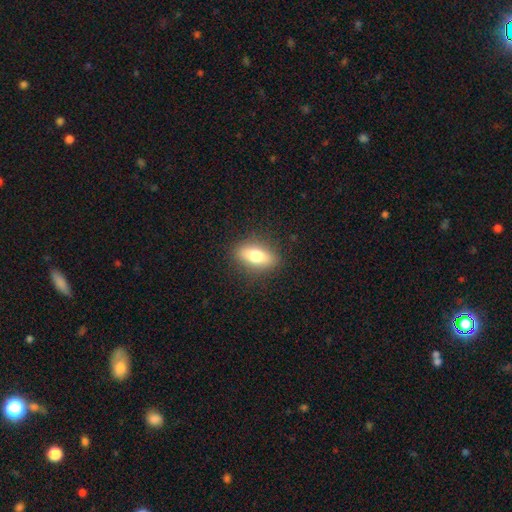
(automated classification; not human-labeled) The model was most divided on "smooth or featured": smooth: 71%, featured or disk: 20%, star or artifact: 8%. More confident: merging — none (87%); how rounded — in between (76%).